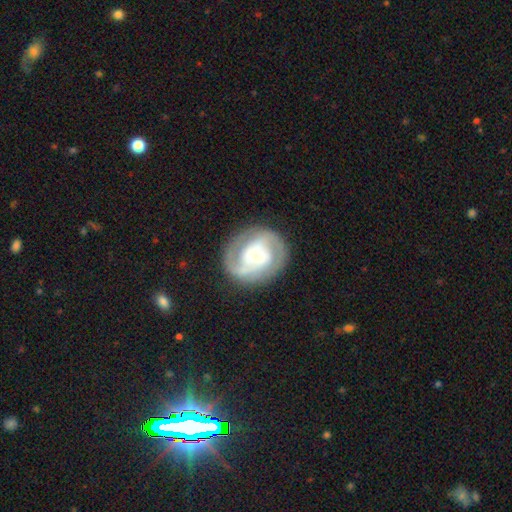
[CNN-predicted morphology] Smooth or featured? Predicted: featured or disk (p=0.81). Edge-on disk? Predicted: no (p=0.98). Bar? Predicted: no (p=0.47). Spiral arms? Predicted: yes (p=0.93). Spiral winding? Predicted: tight (p=0.47). Spiral arm count? Predicted: 2 (p=0.78). Bulge size? Predicted: small (p=0.55). Merging? Predicted: none (p=0.81).